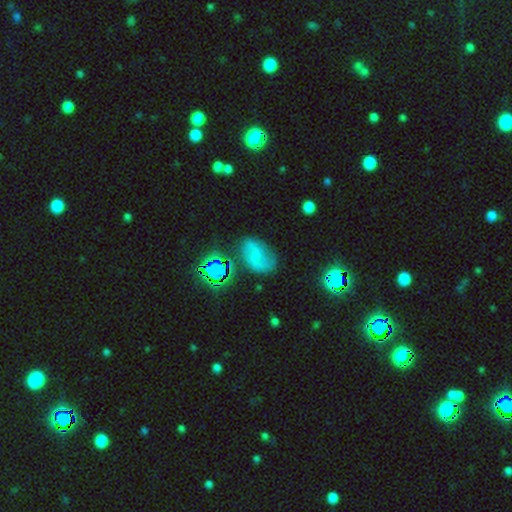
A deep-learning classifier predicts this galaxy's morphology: smooth-or-featured: featured or disk: 53% | smooth: 28% | star or artifact: 19%
  disk-edge-on: no: 97% | yes: 3%
    bar: weak: 44% | no: 39% | strong: 17%
    has-spiral-arms: yes: 87% | no: 13%
    bulge-size: none: 45% | small: 39% | moderate: 13% | large: 2% | dominant: 1%
  merging: none: 60% | minor disturbance: 23% | major disturbance: 12% | merger: 5%